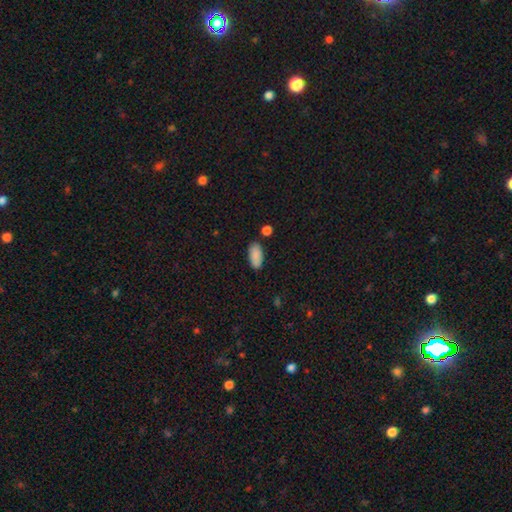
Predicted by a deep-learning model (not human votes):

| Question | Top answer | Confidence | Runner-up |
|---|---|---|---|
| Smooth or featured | smooth | 89% | star or artifact (7%) |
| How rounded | in between | 91% | cigar-shaped (6%) |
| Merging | none | 80% | minor disturbance (12%) |